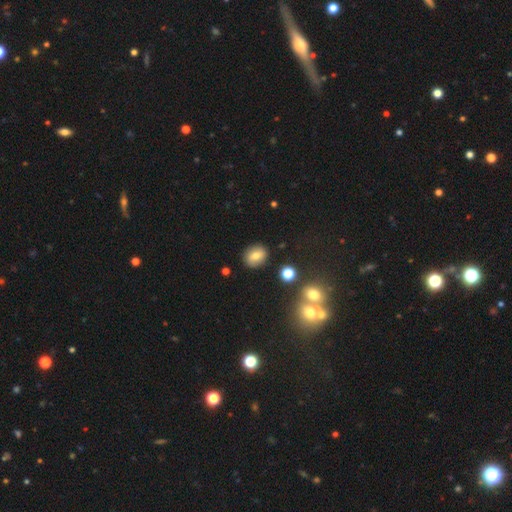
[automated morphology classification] smooth-or-featured: smooth: 69% | featured or disk: 19% | star or artifact: 12%
  how-rounded: round: 55% | in between: 43% | cigar-shaped: 2%
  merging: none: 87% | minor disturbance: 8% | merger: 3% | major disturbance: 2%